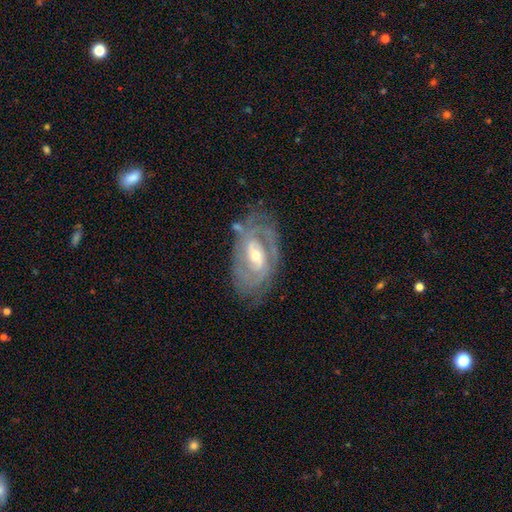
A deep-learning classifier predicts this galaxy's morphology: Smooth or featured: featured or disk — 86% (smooth — 8%)
Edge-on disk: no — 95% (yes — 5%)
Bar: weak — 44% (no — 29%)
Spiral arms: yes — 92% (no — 8%)
Spiral winding: tight — 62% (medium — 30%)
Spiral arm count: 2 — 49% (can't tell — 27%)
Bulge size: moderate — 52% (small — 45%)
Merging: none — 70% (minor disturbance — 19%)